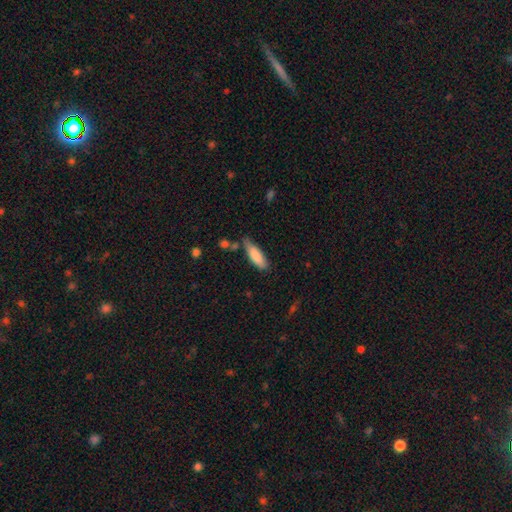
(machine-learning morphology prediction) The model was most divided on "how rounded": cigar-shaped: 52%, in between: 47%, round: 2%. More confident: smooth or featured — smooth (82%); merging — none (66%).